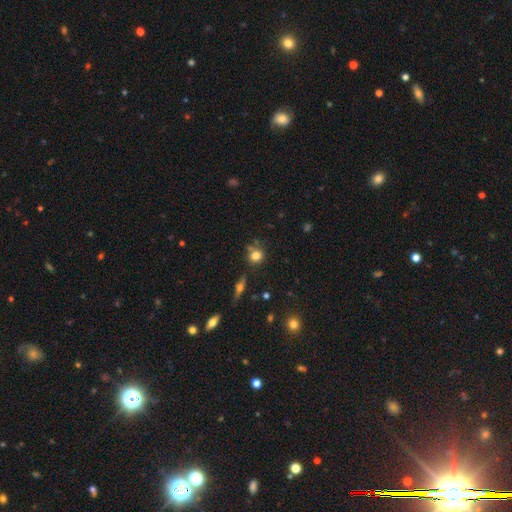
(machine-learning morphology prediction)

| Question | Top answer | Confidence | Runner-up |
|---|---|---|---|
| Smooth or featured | smooth | 76% | star or artifact (13%) |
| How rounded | round | 81% | in between (17%) |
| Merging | none | 69% | minor disturbance (14%) |